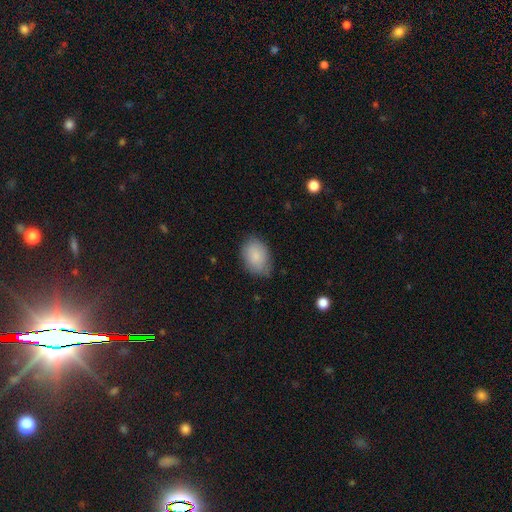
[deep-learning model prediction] Overall: smooth (86%). How rounded: in between (84%). Merging: none (72%).